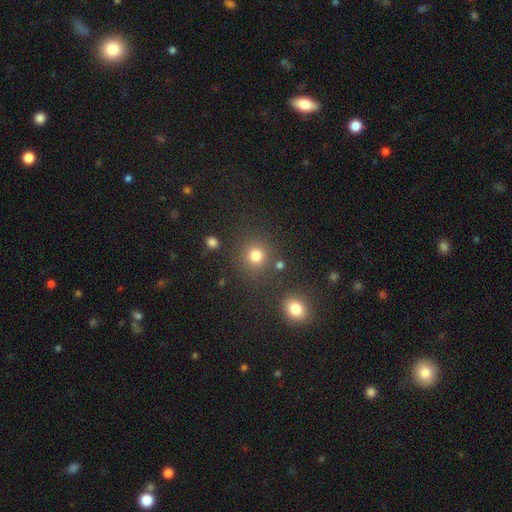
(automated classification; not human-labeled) This is likely a smooth galaxy (80%). How rounded: clearly round (90%). Merging: clearly none (81%).